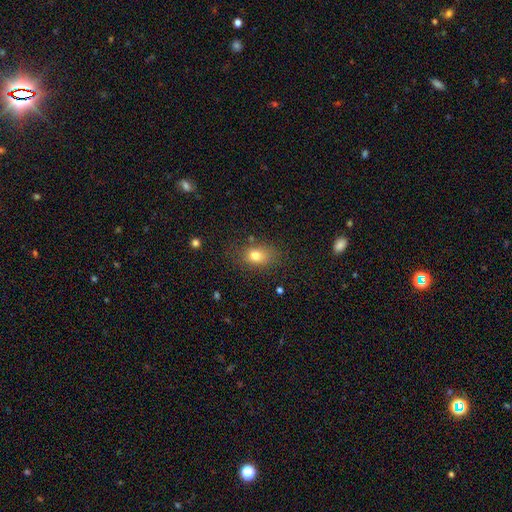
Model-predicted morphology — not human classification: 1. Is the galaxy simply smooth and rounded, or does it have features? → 79% smooth, 12% star or artifact, 10% featured or disk.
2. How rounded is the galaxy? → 72% in between, 26% round, 2% cigar-shaped.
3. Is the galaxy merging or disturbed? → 73% none, 18% minor disturbance, 6% major disturbance, 3% merger.